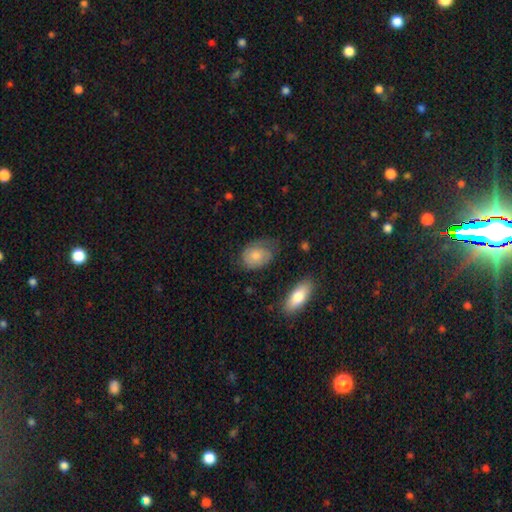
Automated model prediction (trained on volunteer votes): Morphology: type=smooth (61%); roundness=in between (74%); merging=none (52%).